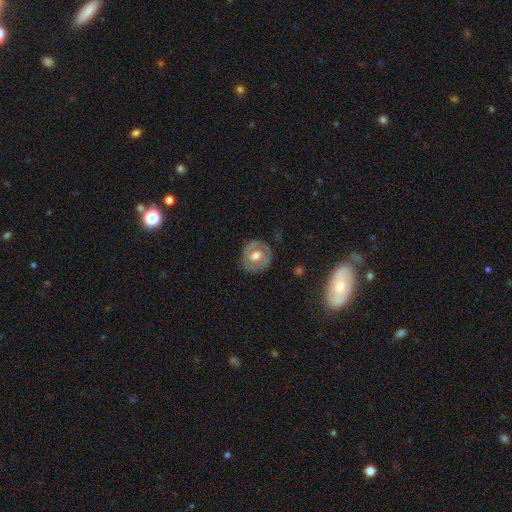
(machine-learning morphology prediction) Q: Smooth or featured?
A: featured or disk (55%); runner-up: smooth (39%)
Q: Edge-on disk?
A: no (95%); runner-up: yes (5%)
Q: Bar?
A: no (65%); runner-up: weak (27%)
Q: Spiral arms?
A: no (66%); runner-up: yes (34%)
Q: Bulge size?
A: moderate (69%); runner-up: large (22%)
Q: Merging?
A: none (79%); runner-up: minor disturbance (15%)